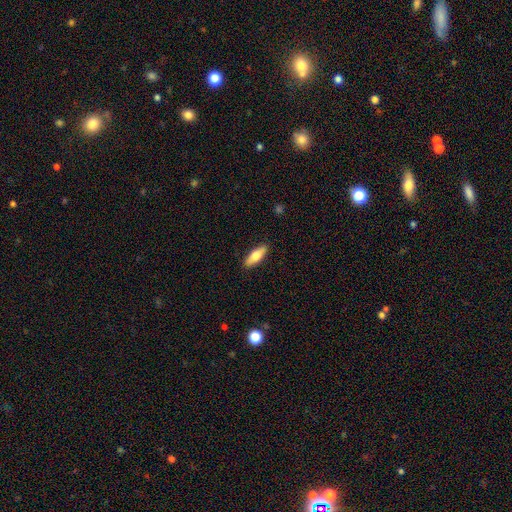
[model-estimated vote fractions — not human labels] smooth-or-featured: smooth: 67% | featured or disk: 27% | star or artifact: 6%
  how-rounded: in between: 60% | cigar-shaped: 38% | round: 2%
  merging: none: 89% | minor disturbance: 8% | major disturbance: 2% | merger: 1%